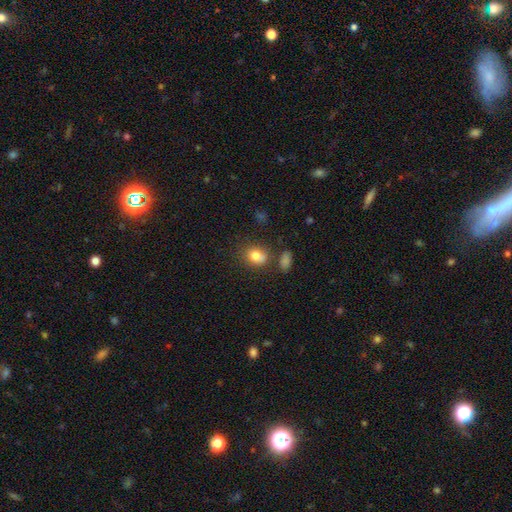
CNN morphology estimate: The model was most divided on "how rounded": round: 52%, in between: 47%, cigar-shaped: 1%. More confident: smooth or featured — smooth (80%); merging — none (59%).